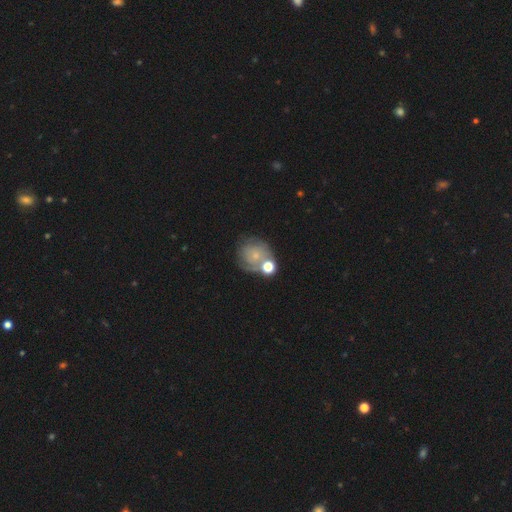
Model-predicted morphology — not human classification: smooth-or-featured: featured or disk: 50% | smooth: 40% | star or artifact: 10%
  merging: none: 48% | merger: 23% | minor disturbance: 18% | major disturbance: 10%